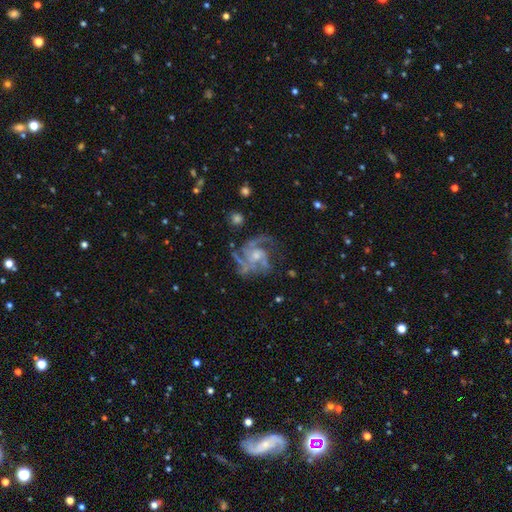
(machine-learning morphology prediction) Q: Smooth or featured?
A: featured or disk (87%); runner-up: star or artifact (7%)
Q: Edge-on disk?
A: no (98%); runner-up: yes (2%)
Q: Bar?
A: no (70%); runner-up: weak (25%)
Q: Spiral arms?
A: yes (96%); runner-up: no (4%)
Q: Spiral winding?
A: medium (51%); runner-up: tight (33%)
Q: Spiral arm count?
A: 3 (42%); runner-up: 2 (17%)
Q: Bulge size?
A: moderate (45%); runner-up: small (41%)
Q: Merging?
A: none (57%); runner-up: major disturbance (20%)